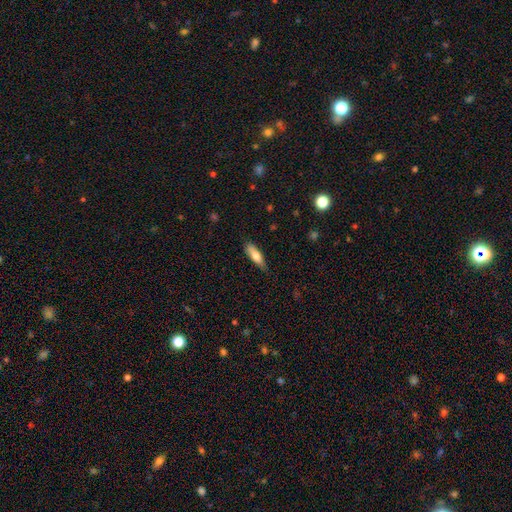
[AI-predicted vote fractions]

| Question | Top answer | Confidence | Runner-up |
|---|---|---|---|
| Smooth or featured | smooth | 73% | featured or disk (21%) |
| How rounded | cigar-shaped | 54% | in between (44%) |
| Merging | none | 75% | minor disturbance (20%) |